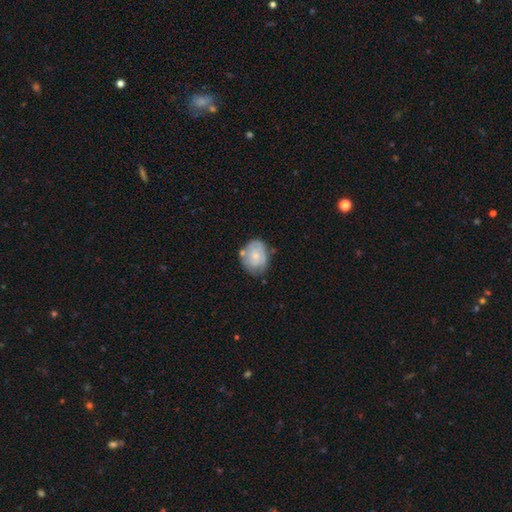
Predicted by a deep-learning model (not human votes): Smooth or featured: featured or disk — 47% (tied with smooth — 47%)
Merging: none — 56% (minor disturbance — 27%)